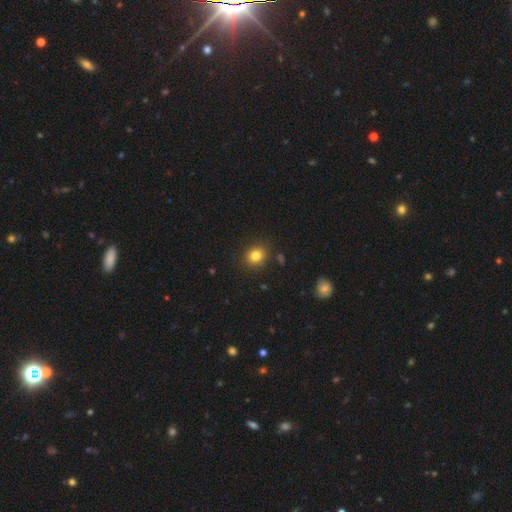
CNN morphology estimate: A smooth galaxy with no disk features (82%) that is round (68%).

Vote fractions:
- Smooth or featured? smooth: 82% / star or artifact: 12% / featured or disk: 6%
- How rounded? round: 68% / in between: 31% / cigar-shaped: 1%
- Merging? none: 87% / minor disturbance: 8% / major disturbance: 2% / merger: 2%